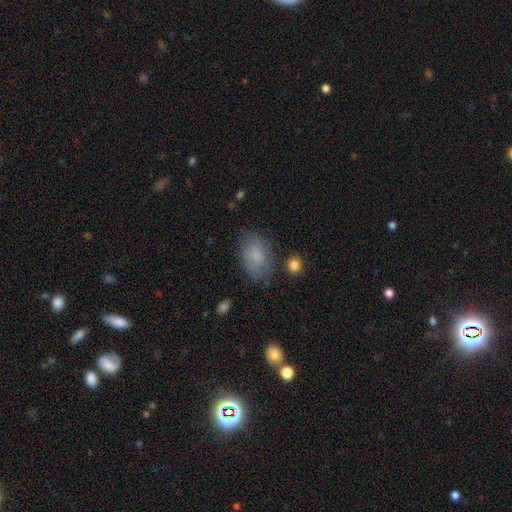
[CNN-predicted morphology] Smooth or featured? smooth (70%)
How rounded? in between (85%)
Merging? none (69%)